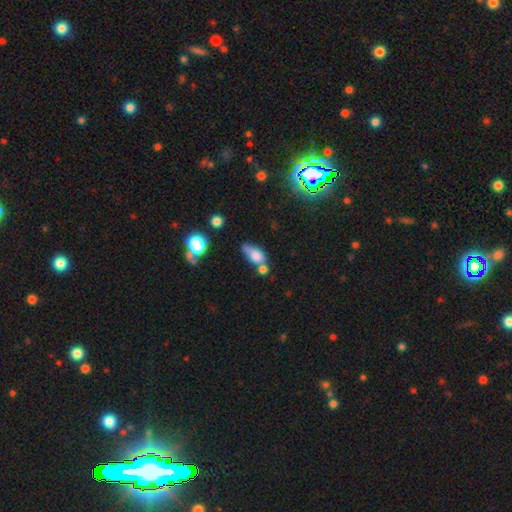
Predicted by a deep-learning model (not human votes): Overall: smooth (71%). How rounded: in between (78%). Merging: merger (32%; none 31%).